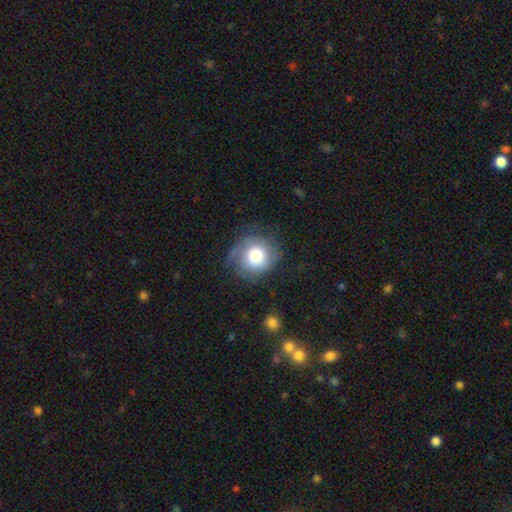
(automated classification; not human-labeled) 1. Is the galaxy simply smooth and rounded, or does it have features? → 54% smooth, 37% featured or disk, 9% star or artifact.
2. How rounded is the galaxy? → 85% round, 14% in between, 1% cigar-shaped.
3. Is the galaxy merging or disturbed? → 68% none, 20% minor disturbance, 11% major disturbance, 2% merger.